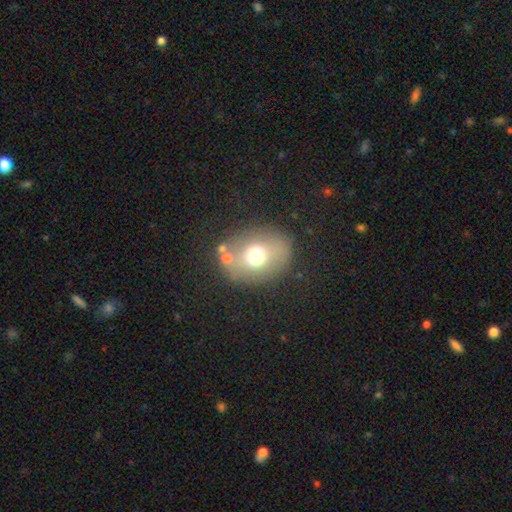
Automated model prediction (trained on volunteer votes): Smooth or featured? smooth (63%)
How rounded? in between (51%)
Merging? none (75%)